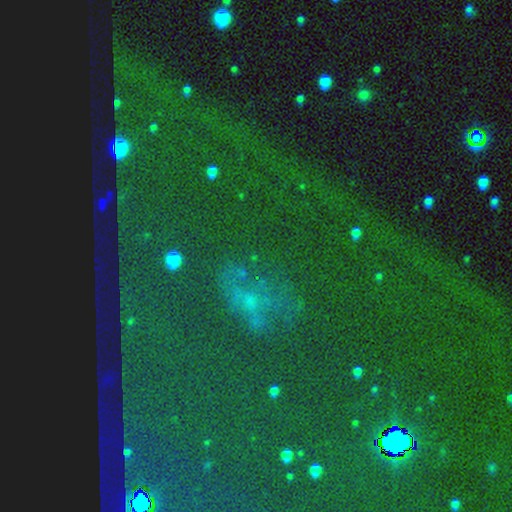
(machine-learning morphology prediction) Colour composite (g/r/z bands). It shows a star or artifact, not a galaxy (65%).